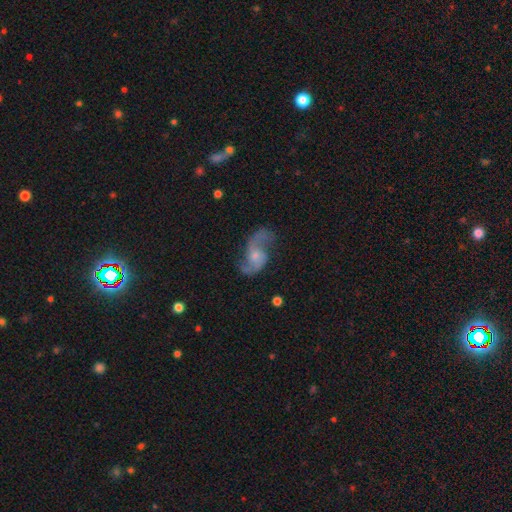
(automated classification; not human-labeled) This appears to be a featured or disk galaxy (85%) with no bar (62%), 2 (92%) loose (65%) spiral arms (95%) and a small central bulge (49%). Merging: none (65%).